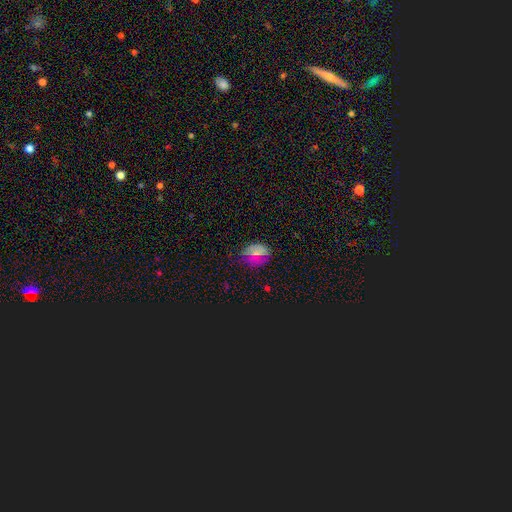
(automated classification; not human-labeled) Smooth or featured: smooth — 58% (star or artifact — 25%)
How rounded: round — 50% (in between — 48%)
Merging: none — 72% (minor disturbance — 20%)